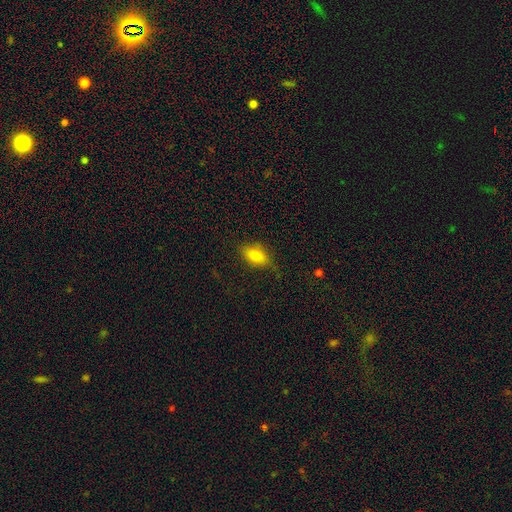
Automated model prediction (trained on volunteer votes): smooth_or_featured: smooth (p=0.78) [alt: featured or disk p=0.13]
how_rounded: in between (p=0.86) [alt: round p=0.09]
merging: none (p=0.72) [alt: minor disturbance p=0.21]